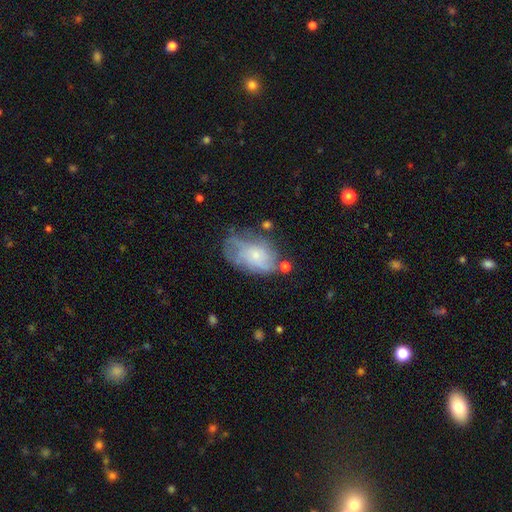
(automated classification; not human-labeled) This is possibly a featured or disk galaxy (52%). It is clearly not viewed edge-on (96%). Merging: marginally none (44%).